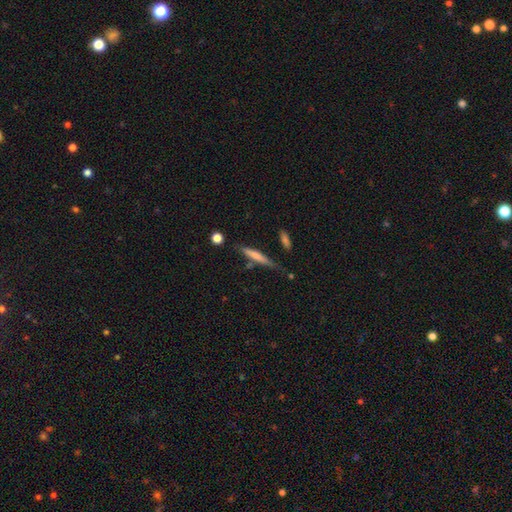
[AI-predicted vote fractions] The model was most divided on "smooth or featured": smooth: 61%, featured or disk: 33%, star or artifact: 6%. More confident: how rounded — cigar-shaped (91%); merging — none (72%).